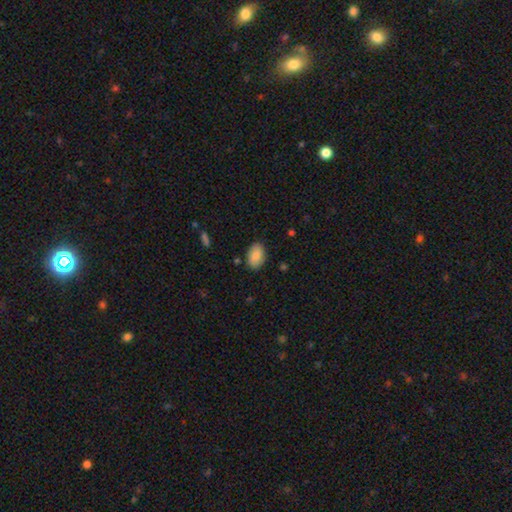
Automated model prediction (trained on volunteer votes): smooth-or-featured: smooth: 85% | featured or disk: 8% | star or artifact: 7%
  how-rounded: in between: 91% | round: 8% | cigar-shaped: 1%
  merging: none: 84% | minor disturbance: 12% | major disturbance: 2% | merger: 2%